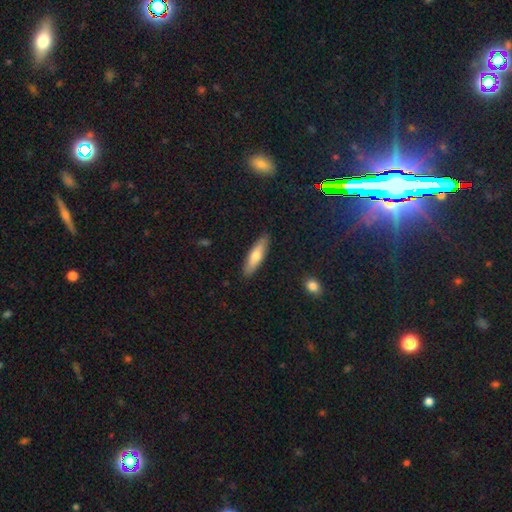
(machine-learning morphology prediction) Q: Smooth or featured?
A: smooth (66%); runner-up: featured or disk (28%)
Q: How rounded?
A: cigar-shaped (67%); runner-up: in between (31%)
Q: Merging?
A: none (88%); runner-up: minor disturbance (9%)